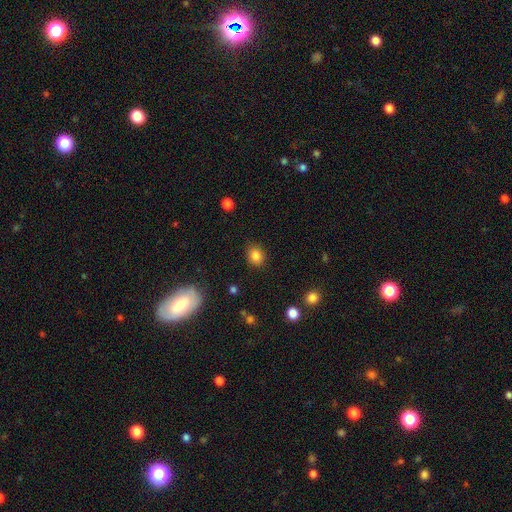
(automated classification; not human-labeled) Morphology: type=smooth (84%); roundness=round (63%); merging=none (87%).